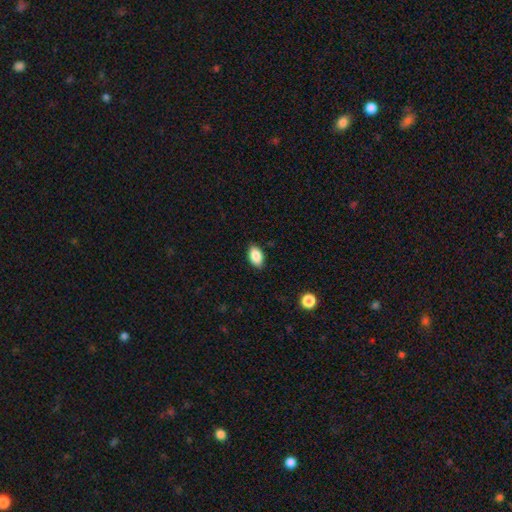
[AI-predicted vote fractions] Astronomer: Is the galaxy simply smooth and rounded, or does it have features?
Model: smooth — 86%.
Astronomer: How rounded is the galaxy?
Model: in between — 91%.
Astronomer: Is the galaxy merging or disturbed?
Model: none — 87%.